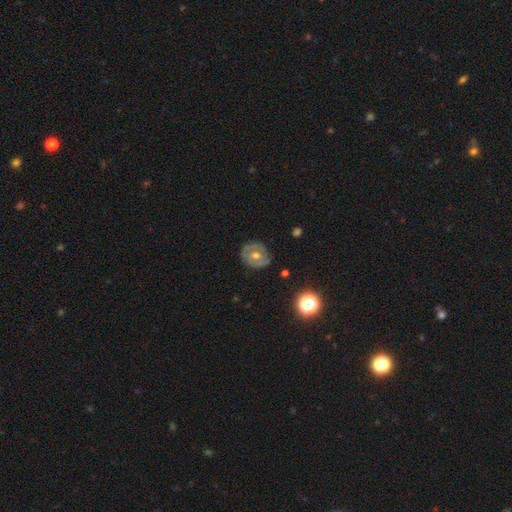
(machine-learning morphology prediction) A featured or disk galaxy (56%) with no bar (72%), no spiral arms (59%) and a moderate central bulge (76%).

Vote fractions:
- Smooth or featured? featured or disk: 56% / smooth: 34% / star or artifact: 9%
- Edge-on disk? no: 96% / yes: 4%
- Bar? no: 72% / weak: 22% / strong: 7%
- Spiral arms? no: 59% / yes: 41%
- Bulge size? moderate: 76% / small: 17% / large: 5% / none: 1% / dominant: 1%
- Merging? none: 80% / minor disturbance: 14% / major disturbance: 4% / merger: 1%